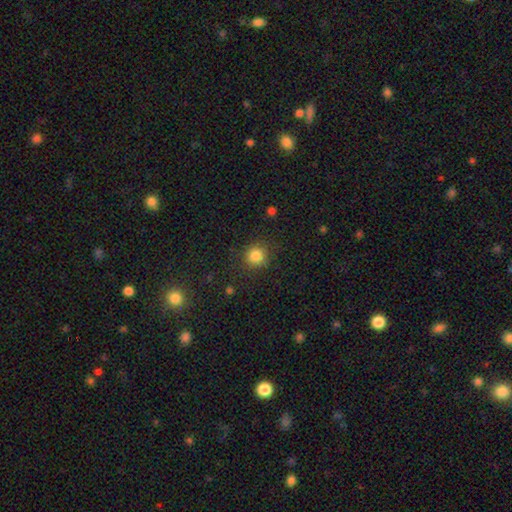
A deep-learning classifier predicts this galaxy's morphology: Smooth or featured: smooth — 84% (star or artifact — 12%)
How rounded: round — 91% (in between — 9%)
Merging: none — 87% (minor disturbance — 8%)